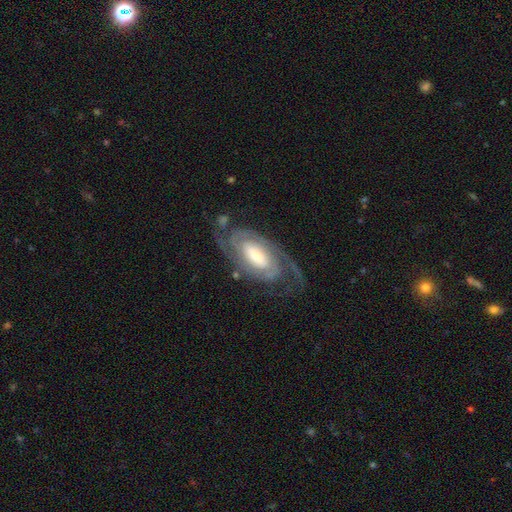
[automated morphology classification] Smooth or featured? Predicted: featured or disk (p=0.89). Edge-on disk? Predicted: no (p=0.96). Bar? Predicted: no (p=0.45). Spiral arms? Predicted: yes (p=0.97). Spiral winding? Predicted: tight (p=0.57). Spiral arm count? Predicted: 2 (p=0.83). Bulge size? Predicted: moderate (p=0.37). Merging? Predicted: none (p=0.74).